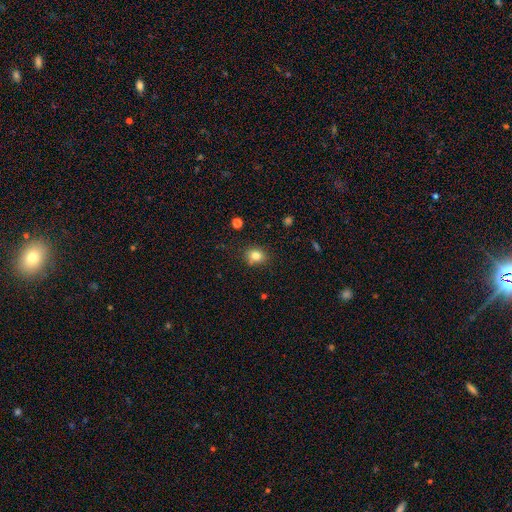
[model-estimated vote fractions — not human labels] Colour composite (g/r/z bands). It shows a smooth galaxy with no disk features (81%) that is round (58%). Merging: none (79%).